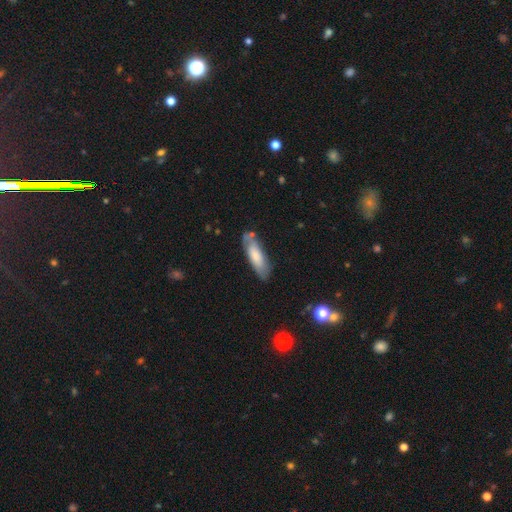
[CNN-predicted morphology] smooth_or_featured: smooth (p=0.68) [alt: featured or disk p=0.26]
how_rounded: in between (p=0.51) [alt: cigar-shaped p=0.48]
merging: none (p=0.72) [alt: minor disturbance p=0.19]